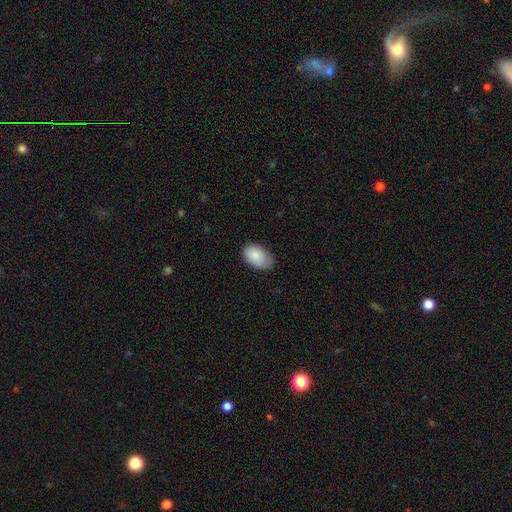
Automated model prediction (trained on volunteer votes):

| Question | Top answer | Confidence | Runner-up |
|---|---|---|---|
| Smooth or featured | smooth | 88% | star or artifact (7%) |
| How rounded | in between | 93% | round (6%) |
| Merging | none | 69% | minor disturbance (26%) |